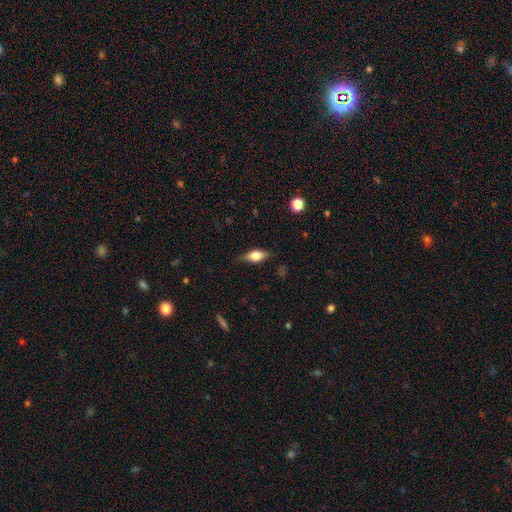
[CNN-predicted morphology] Overall: smooth (58%; featured or disk 35%). How rounded: in between (74%). Merging: none (80%).